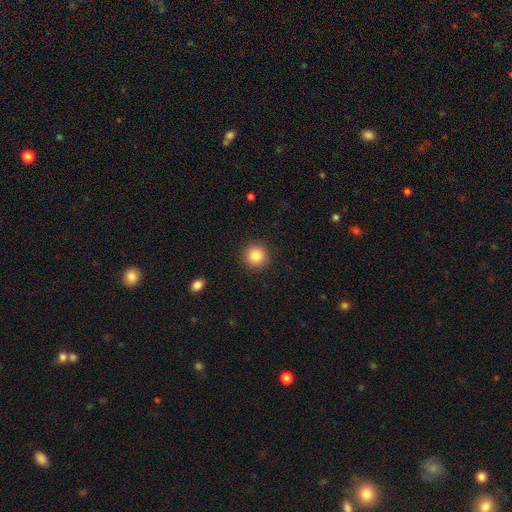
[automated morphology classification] Smooth or featured: smooth — 86% (star or artifact — 9%)
How rounded: round — 94% (in between — 5%)
Merging: none — 91% (minor disturbance — 6%)